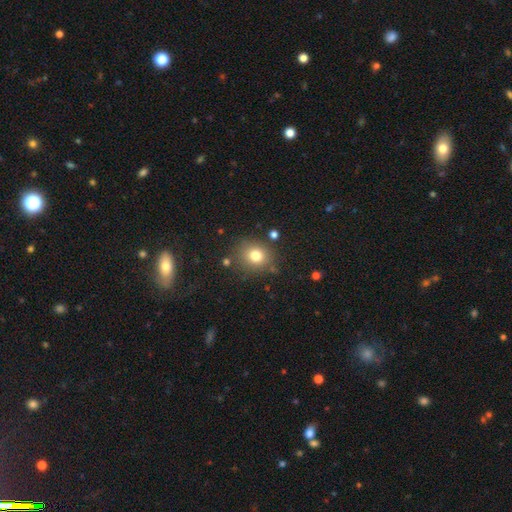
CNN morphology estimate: Q: Smooth or featured?
A: smooth (78%); runner-up: star or artifact (13%)
Q: How rounded?
A: round (80%); runner-up: in between (20%)
Q: Merging?
A: none (80%); runner-up: minor disturbance (11%)